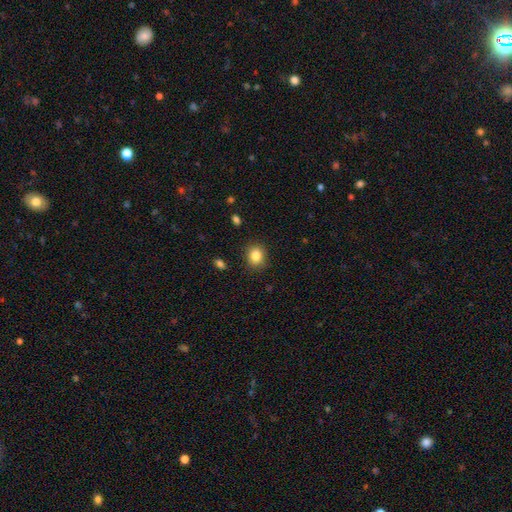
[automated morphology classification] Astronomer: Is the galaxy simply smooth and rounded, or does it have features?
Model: smooth — 85%.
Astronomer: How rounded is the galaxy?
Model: round — 66%.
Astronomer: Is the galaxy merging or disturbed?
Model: none — 87%.